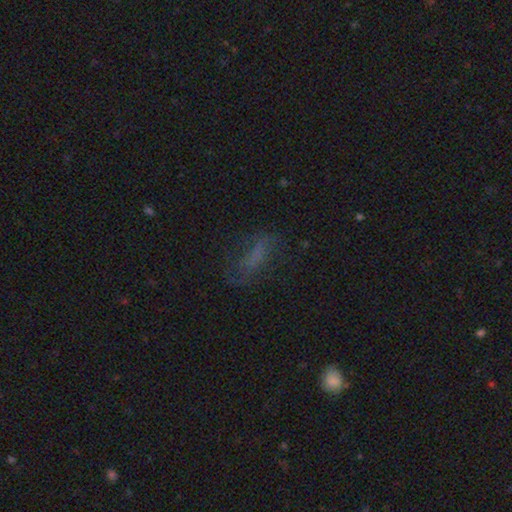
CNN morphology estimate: Smooth or featured? Predicted: smooth (p=0.48). Merging? Predicted: none (p=0.56).